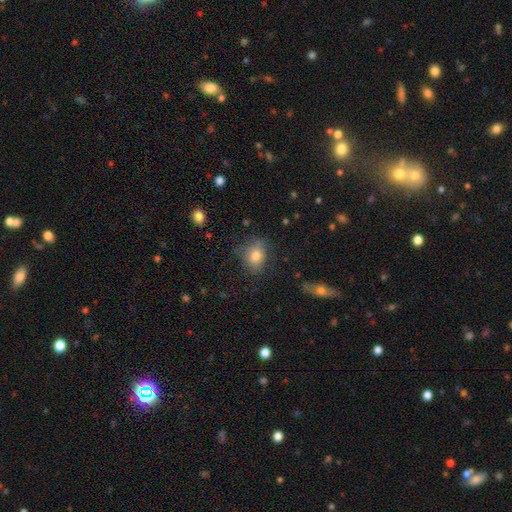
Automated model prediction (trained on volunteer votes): Smooth or featured?
  - smooth: 75% *
  - featured or disk: 15%
  - star or artifact: 10%
How rounded?
  - in between: 53% *
  - round: 46%
  - cigar-shaped: 1%
Merging?
  - none: 64% *
  - minor disturbance: 24%
  - major disturbance: 10%
  - merger: 2%